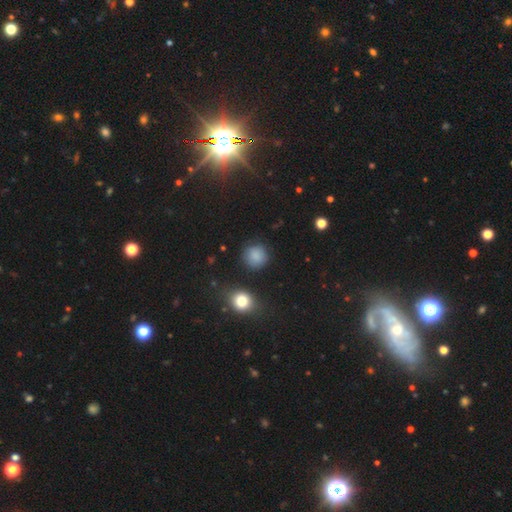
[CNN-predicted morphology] A smooth galaxy with no disk features (83%) that is round (90%). Merging: none (83%).